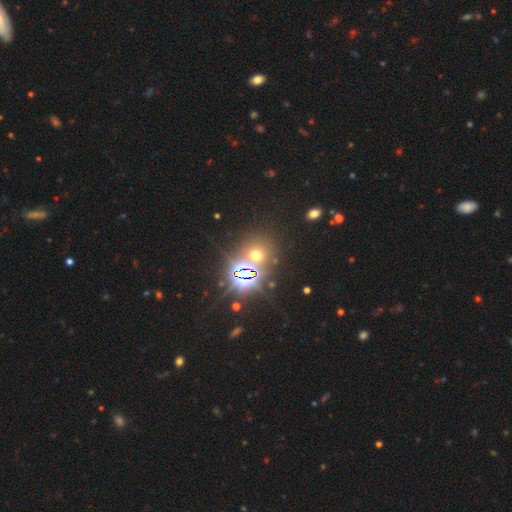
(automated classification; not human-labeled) Morphology: type=star or artifact (54%).